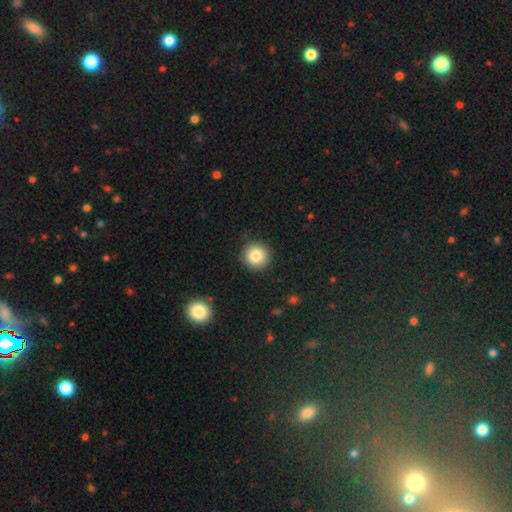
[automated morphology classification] This appears to be a smooth galaxy with no disk features (83%) that is round (95%). Merging: none (91%).